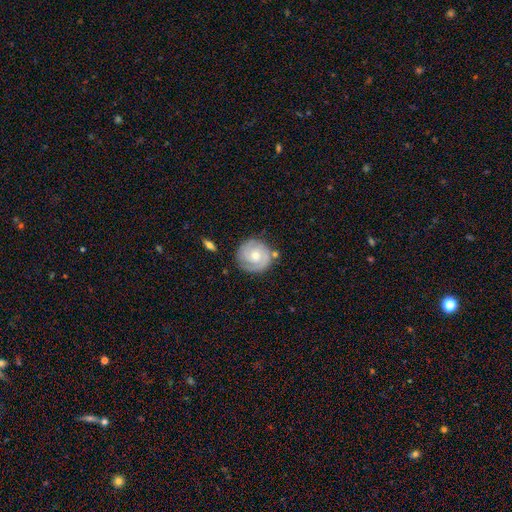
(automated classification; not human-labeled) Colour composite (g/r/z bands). It shows a featured or disk galaxy (80%) with no bar (70%), 2 (65%) tight (72%) spiral arms (96%) and a moderate central bulge (59%). Merging: none (78%).